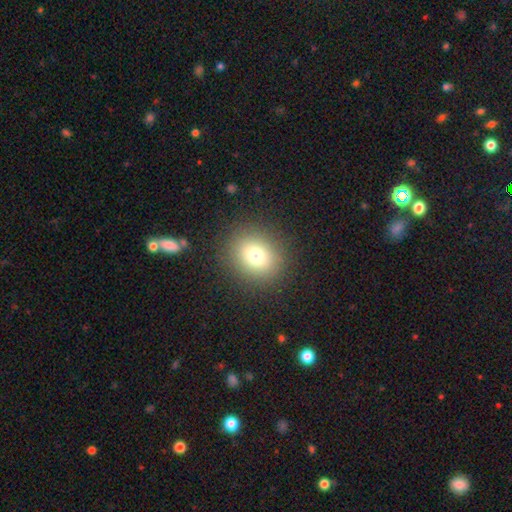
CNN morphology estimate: Smooth or featured: smooth — 75% (star or artifact — 14%)
How rounded: round — 73% (in between — 26%)
Merging: none — 88% (minor disturbance — 8%)